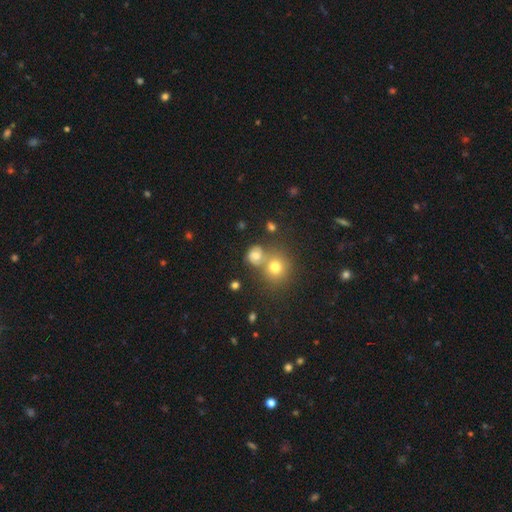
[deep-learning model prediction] Smooth or featured? smooth (68%)
How rounded? round (72%)
Merging? none (47%)